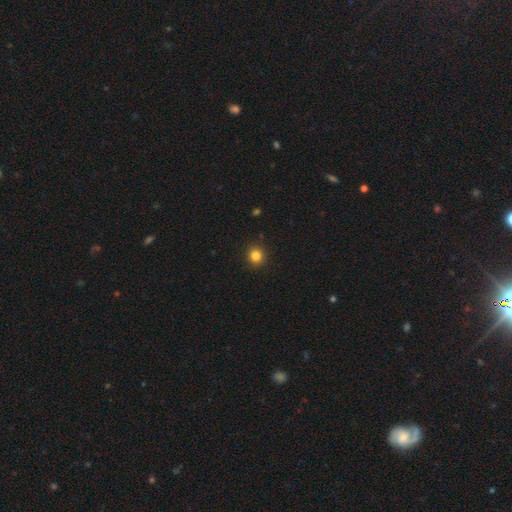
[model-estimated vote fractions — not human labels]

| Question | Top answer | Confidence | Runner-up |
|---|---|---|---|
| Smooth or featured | smooth | 83% | star or artifact (12%) |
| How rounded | round | 89% | in between (10%) |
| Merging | none | 92% | minor disturbance (6%) |